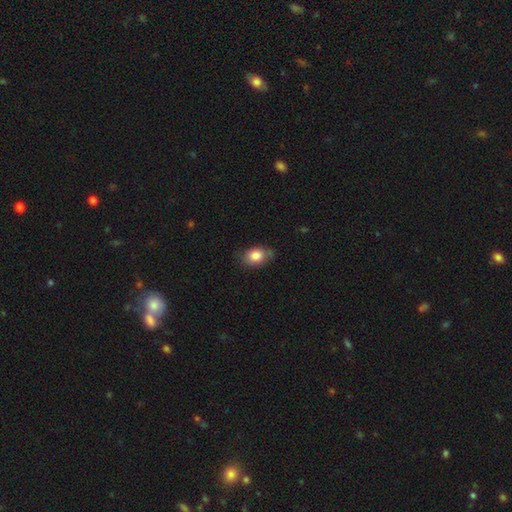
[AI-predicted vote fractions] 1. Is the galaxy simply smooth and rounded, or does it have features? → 83% smooth, 9% featured or disk, 8% star or artifact.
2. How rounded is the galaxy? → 74% in between, 24% round, 1% cigar-shaped.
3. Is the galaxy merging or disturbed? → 71% none, 23% minor disturbance, 5% major disturbance, 2% merger.